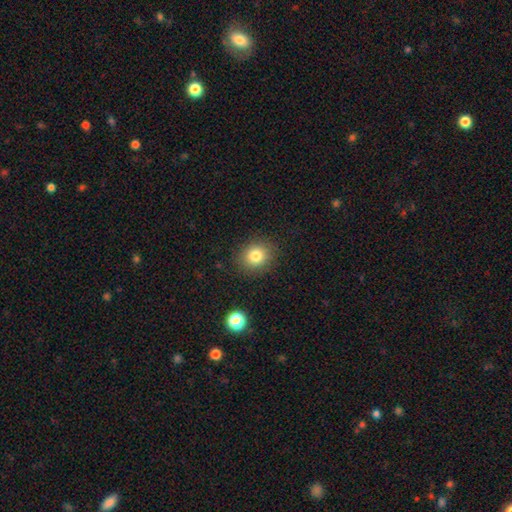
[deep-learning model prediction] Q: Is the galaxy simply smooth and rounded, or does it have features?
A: smooth — 81%.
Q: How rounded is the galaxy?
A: round — 78%.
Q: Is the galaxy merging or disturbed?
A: none — 87%.